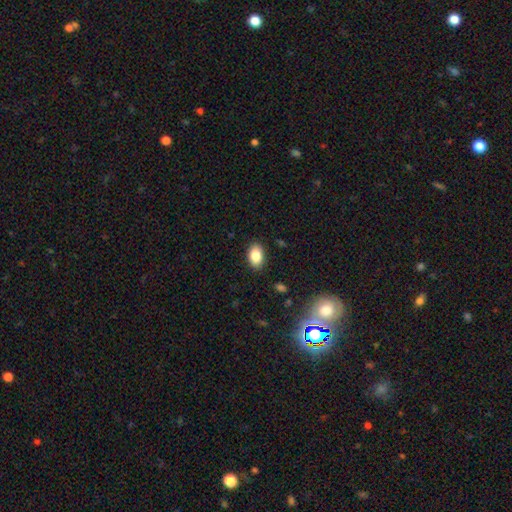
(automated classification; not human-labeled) A smooth galaxy with no disk features (85%) that is in between round and cigar-shaped (88%). Merging: none (88%).